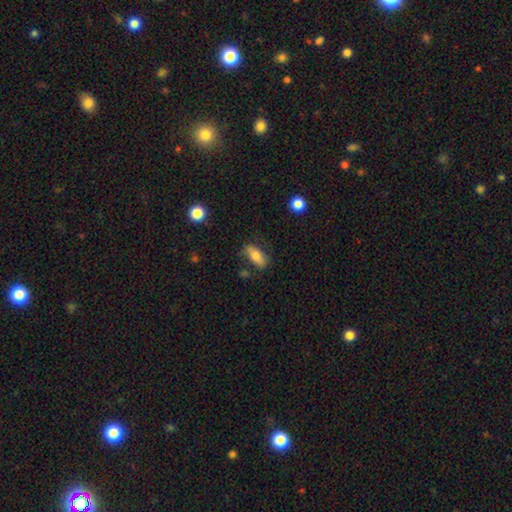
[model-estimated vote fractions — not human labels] This is likely a smooth galaxy (71%). How rounded: likely in between (80%). Merging: likely none (67%).